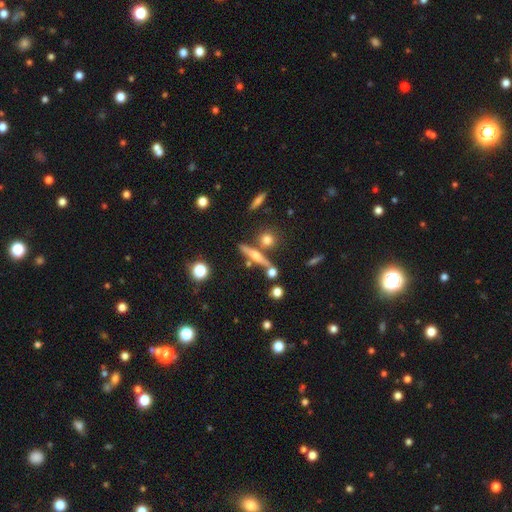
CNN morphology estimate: The model was most divided on "smooth or featured": featured or disk: 57%, smooth: 33%, star or artifact: 10%. More confident: edge-on disk — yes (93%); edge-on bulge — rounded (81%); merging — none (73%).